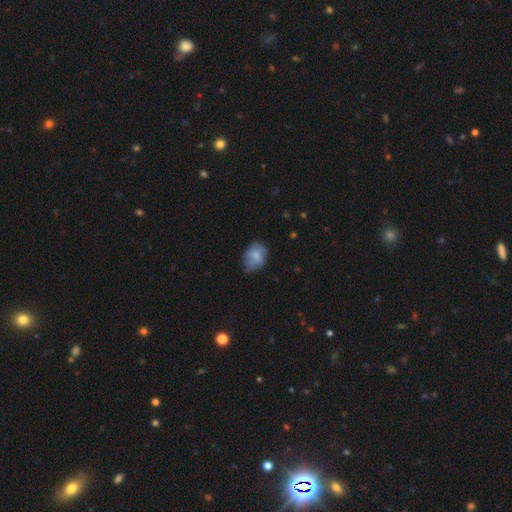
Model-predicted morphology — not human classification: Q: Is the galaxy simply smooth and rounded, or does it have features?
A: smooth — 70%.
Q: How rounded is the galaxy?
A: in between — 70%.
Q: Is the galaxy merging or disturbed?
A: none — 56%.